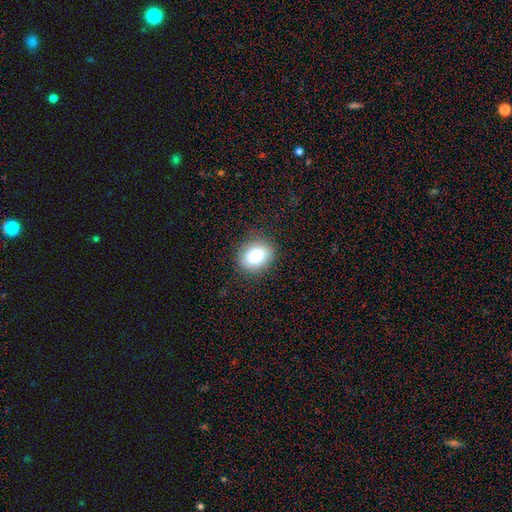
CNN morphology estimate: A smooth galaxy with no disk features (81%) that is in between round and cigar-shaped (62%).

Vote fractions:
- Smooth or featured? smooth: 81% / featured or disk: 10% / star or artifact: 9%
- How rounded? in between: 62% / round: 37% / cigar-shaped: 1%
- Merging? none: 86% / minor disturbance: 10% / major disturbance: 3% / merger: 1%